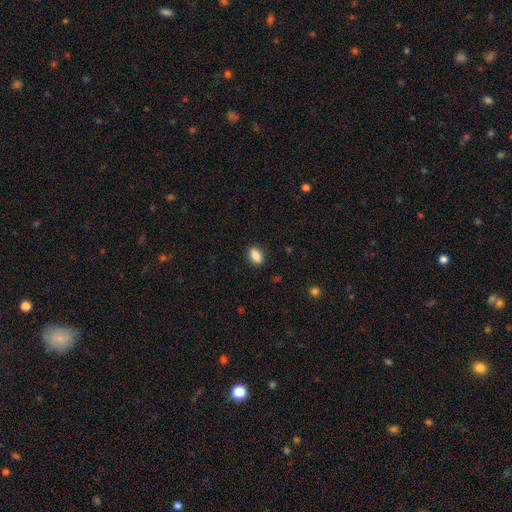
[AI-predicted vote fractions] A smooth galaxy with no disk features (88%) that is in between round and cigar-shaped (87%).

Vote fractions:
- Smooth or featured? smooth: 88% / star or artifact: 8% / featured or disk: 4%
- How rounded? in between: 87% / round: 11% / cigar-shaped: 2%
- Merging? none: 88% / minor disturbance: 9% / major disturbance: 2% / merger: 1%